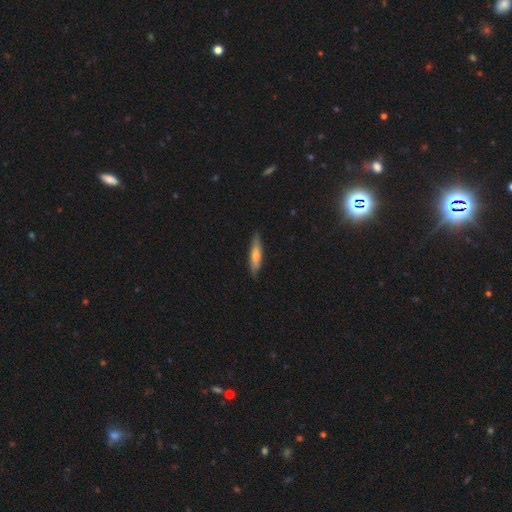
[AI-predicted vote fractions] The model was most divided on "smooth or featured": smooth: 51%, featured or disk: 42%, star or artifact: 7%. More confident: merging — none (86%); how rounded — cigar-shaped (81%).